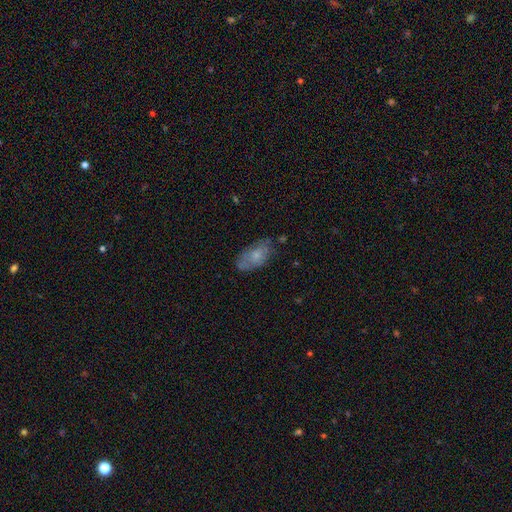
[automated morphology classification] type=smooth (64%); roundness=in between (90%); merging=none (60%).